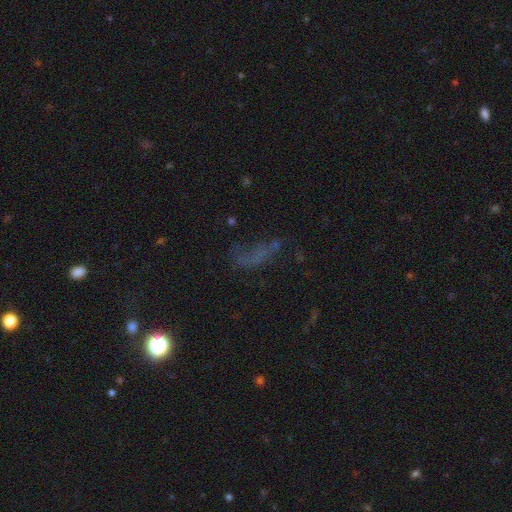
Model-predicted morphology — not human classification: A smooth galaxy with no disk features (36%).

Vote fractions:
- Smooth or featured? smooth: 36% / star or artifact: 35% / featured or disk: 29%
- Merging? none: 43% / major disturbance: 31% / minor disturbance: 18% / merger: 7%